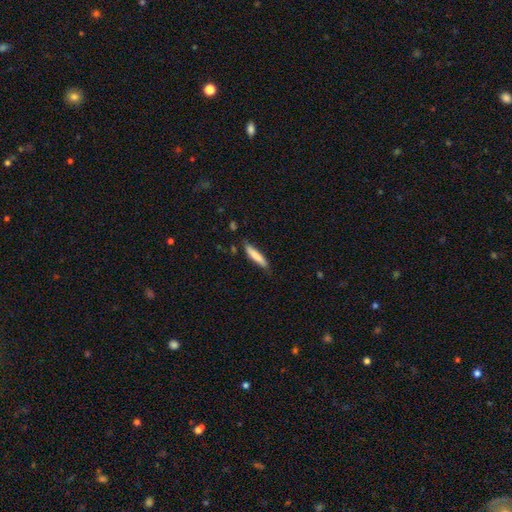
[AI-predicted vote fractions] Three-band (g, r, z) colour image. It shows a smooth galaxy with no disk features (80%) that is cigar-shaped (86%). Merging: none (75%).